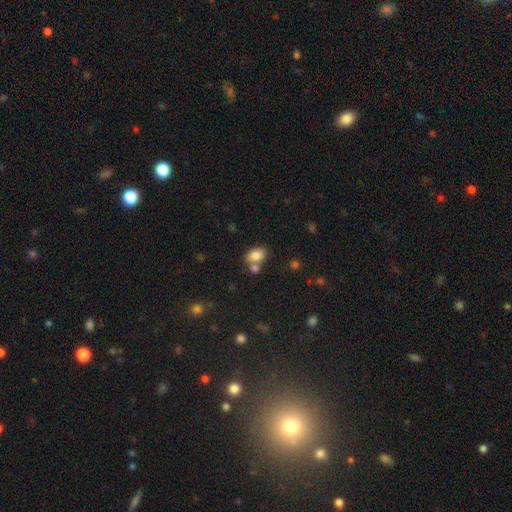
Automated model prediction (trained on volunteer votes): Smooth or featured? smooth (82%)
How rounded? in between (84%)
Merging? none (53%)